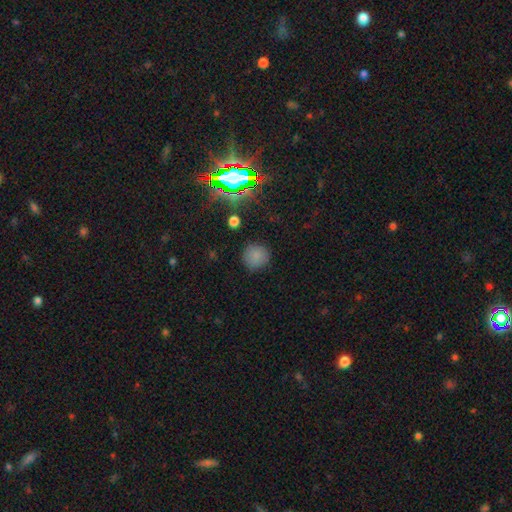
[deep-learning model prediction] smooth 78%, star or artifact 16%, featured or disk 6%. Down the decision tree: how rounded — round (93%); merging — none (87%).